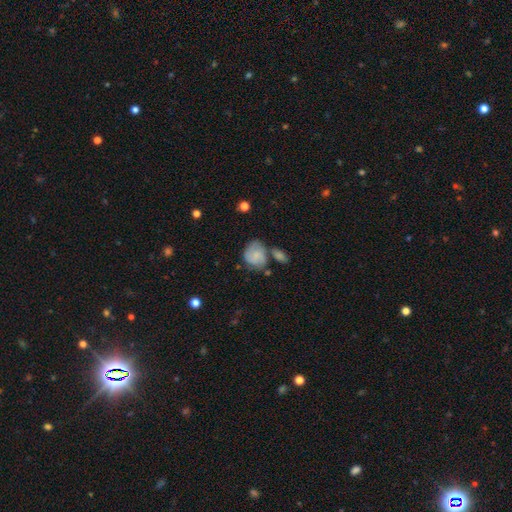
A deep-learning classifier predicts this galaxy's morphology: A smooth galaxy with no disk features (53%) that is round (58%).

Vote fractions:
- Smooth or featured? smooth: 53% / featured or disk: 39% / star or artifact: 8%
- How rounded? round: 58% / in between: 41% / cigar-shaped: 1%
- Merging? none: 48% / minor disturbance: 24% / merger: 18% / major disturbance: 10%